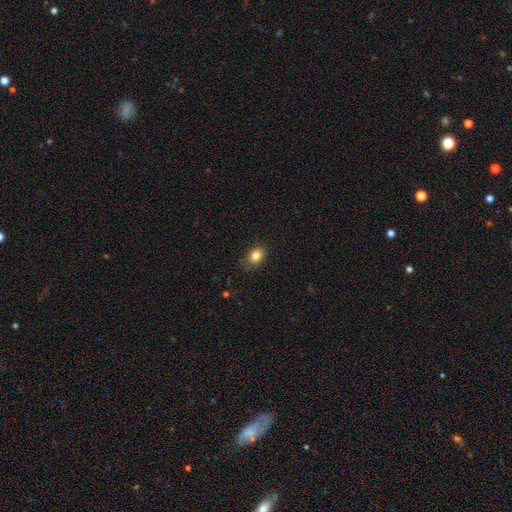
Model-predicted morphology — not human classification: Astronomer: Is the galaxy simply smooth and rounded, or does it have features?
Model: smooth — 83%.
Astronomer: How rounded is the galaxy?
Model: in between — 70%.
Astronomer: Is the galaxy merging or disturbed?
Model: none — 80%.